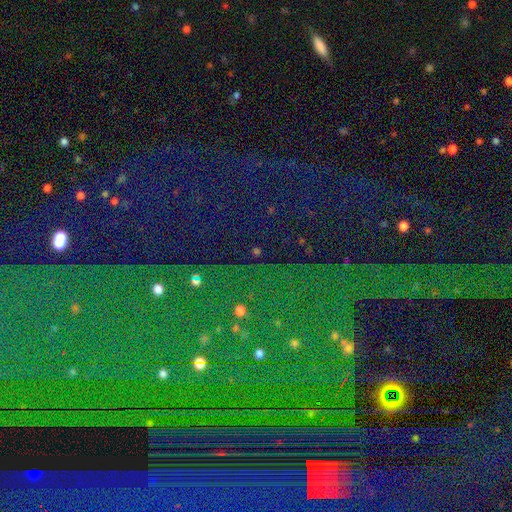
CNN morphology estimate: smooth-or-featured: star or artifact: 85% | featured or disk: 8% | smooth: 7%